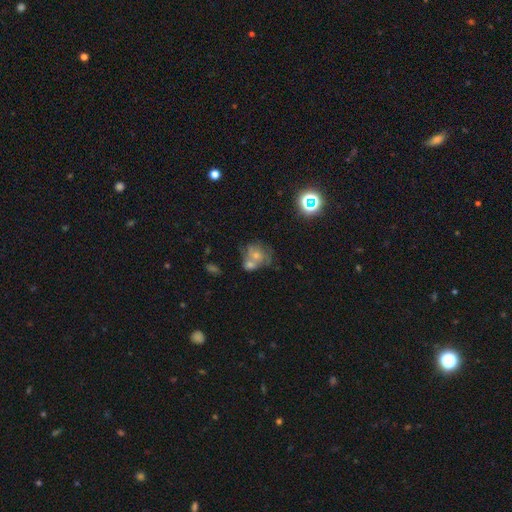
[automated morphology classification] type=smooth (49%); merging=merger (56%).